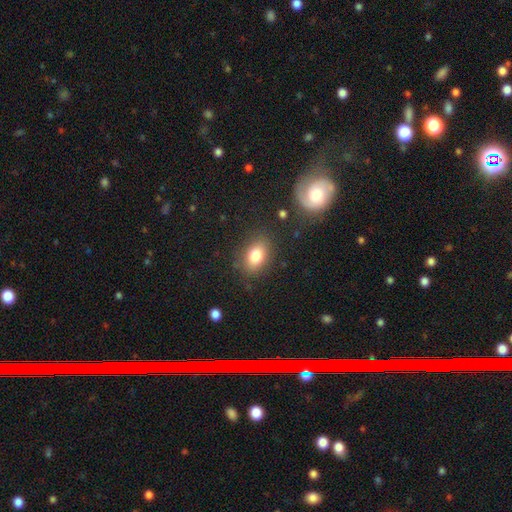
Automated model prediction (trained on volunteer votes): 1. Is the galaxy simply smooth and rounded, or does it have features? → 79% smooth, 11% featured or disk, 10% star or artifact.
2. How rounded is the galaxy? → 77% in between, 21% round, 2% cigar-shaped.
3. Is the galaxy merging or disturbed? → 81% none, 12% minor disturbance, 4% major disturbance, 2% merger.